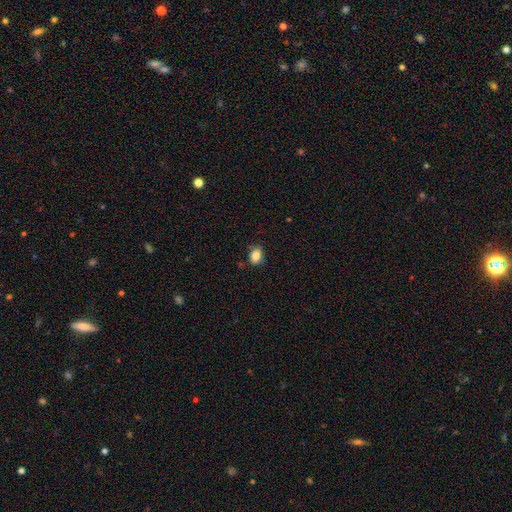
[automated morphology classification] smooth-or-featured: smooth: 83% | star or artifact: 10% | featured or disk: 7%
  how-rounded: in between: 66% | round: 33% | cigar-shaped: 1%
  merging: none: 76% | minor disturbance: 19% | major disturbance: 3% | merger: 2%